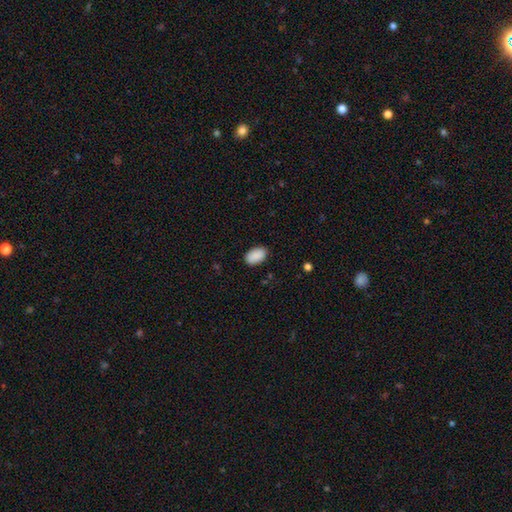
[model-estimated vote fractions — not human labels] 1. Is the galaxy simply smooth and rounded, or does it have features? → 91% smooth, 6% star or artifact, 3% featured or disk.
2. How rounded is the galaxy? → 93% in between, 5% round, 1% cigar-shaped.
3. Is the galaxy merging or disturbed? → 87% none, 10% minor disturbance, 2% major disturbance, 1% merger.